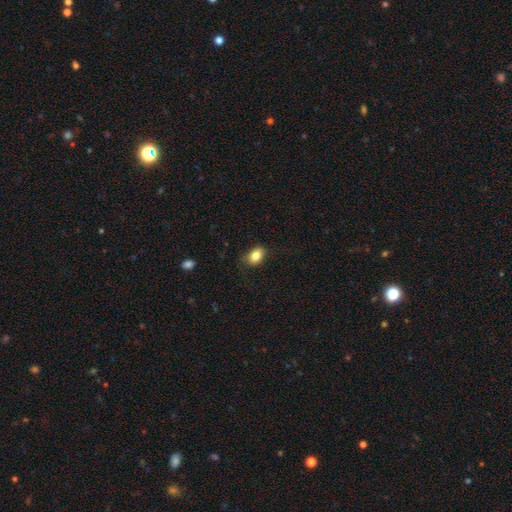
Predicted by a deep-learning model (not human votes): Smooth or featured?
  - smooth: 84% *
  - star or artifact: 9%
  - featured or disk: 7%
How rounded?
  - in between: 81% *
  - round: 18%
  - cigar-shaped: 1%
Merging?
  - none: 79% *
  - minor disturbance: 16%
  - major disturbance: 4%
  - merger: 1%